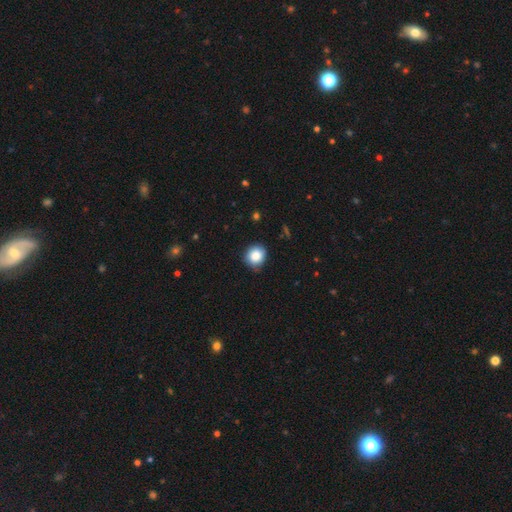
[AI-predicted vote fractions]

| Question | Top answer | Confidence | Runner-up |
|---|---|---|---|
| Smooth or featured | smooth | 86% | star or artifact (9%) |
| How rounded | round | 85% | in between (14%) |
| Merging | none | 81% | minor disturbance (15%) |